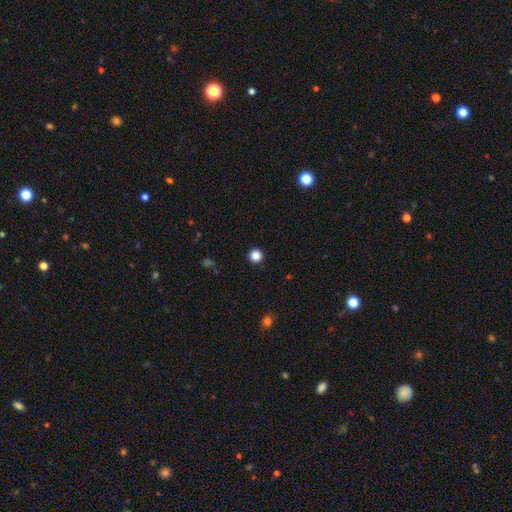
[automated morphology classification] type=smooth (85%); roundness=round (96%); merging=none (93%).